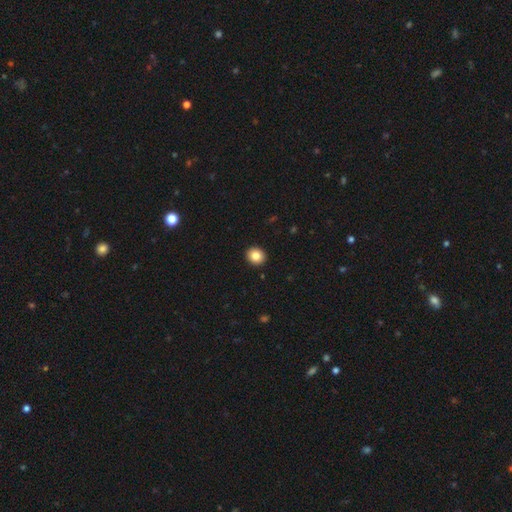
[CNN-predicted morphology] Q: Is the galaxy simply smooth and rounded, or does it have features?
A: smooth — 84%.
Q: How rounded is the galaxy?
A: round — 80%.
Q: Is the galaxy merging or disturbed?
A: none — 93%.